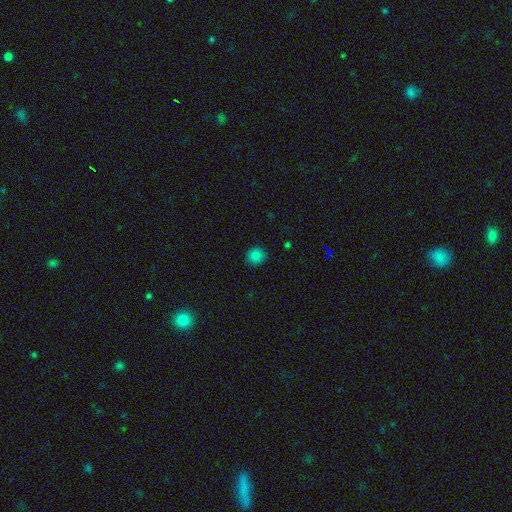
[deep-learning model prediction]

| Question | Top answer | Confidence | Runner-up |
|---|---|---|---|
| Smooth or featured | smooth | 84% | star or artifact (13%) |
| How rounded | round | 91% | in between (8%) |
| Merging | none | 91% | minor disturbance (6%) |